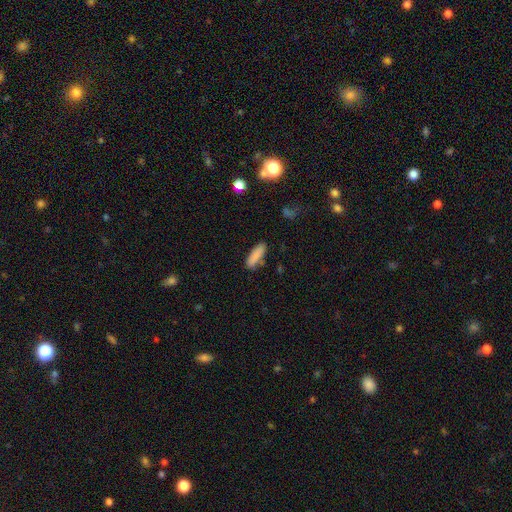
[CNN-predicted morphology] type=smooth (87%); roundness=cigar-shaped (50%); merging=none (82%).